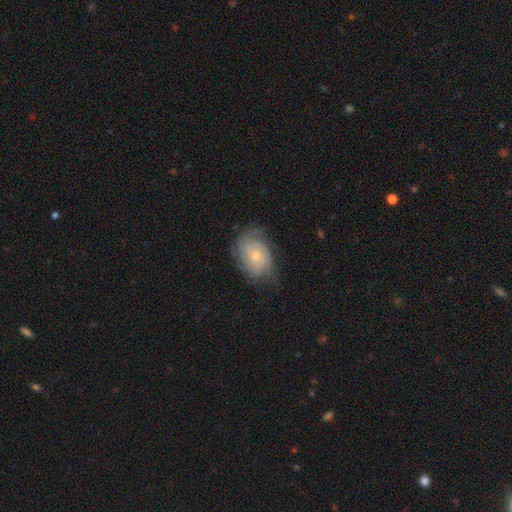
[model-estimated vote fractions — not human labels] Smooth or featured? Predicted: featured or disk (p=0.70). Edge-on disk? Predicted: no (p=0.97). Bar? Predicted: no (p=0.78). Spiral arms? Predicted: yes (p=0.92). Spiral winding? Predicted: tight (p=0.65). Spiral arm count? Predicted: can't tell (p=0.44). Bulge size? Predicted: small (p=0.61). Merging? Predicted: none (p=0.68).